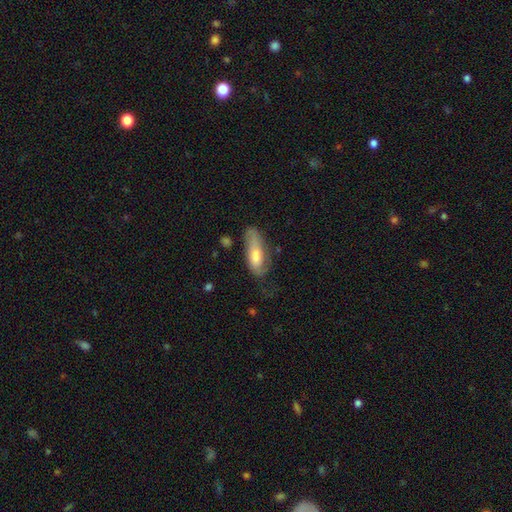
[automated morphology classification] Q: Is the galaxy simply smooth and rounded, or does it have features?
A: smooth — 59%.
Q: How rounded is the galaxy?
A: in between — 70%.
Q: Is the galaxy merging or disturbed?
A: none — 47%.